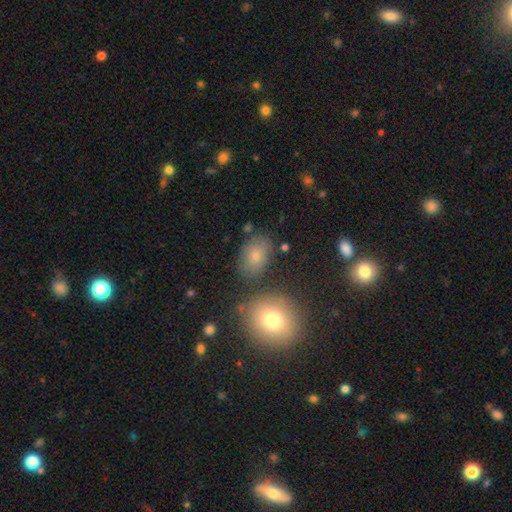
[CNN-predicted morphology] The model was most divided on "merging": none: 74%, minor disturbance: 15%, merger: 7%, major disturbance: 5%. More confident: how rounded — in between (82%); smooth or featured — smooth (78%).